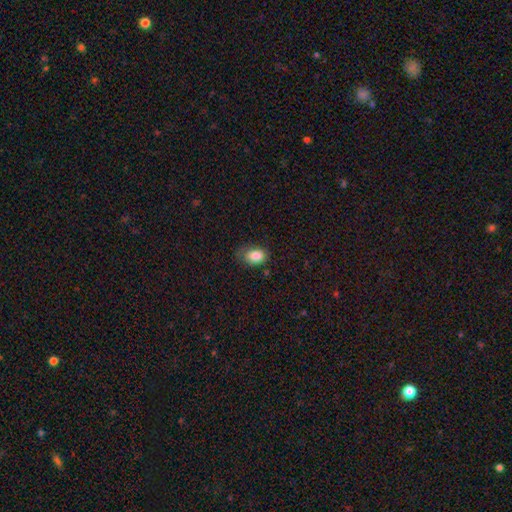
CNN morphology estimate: smooth 84%, featured or disk 8%, star or artifact 8%. Down the decision tree: how rounded — in between (83%); merging — none (58%).